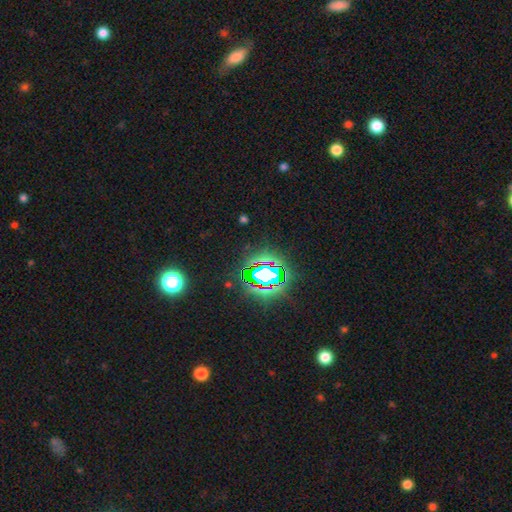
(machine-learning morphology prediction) This appears to be a star or artifact, not a galaxy (81%).